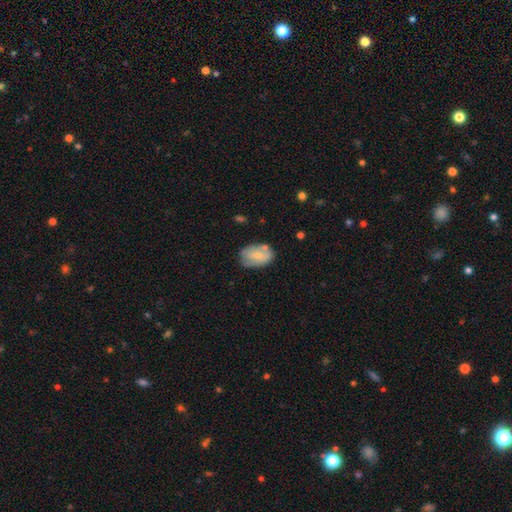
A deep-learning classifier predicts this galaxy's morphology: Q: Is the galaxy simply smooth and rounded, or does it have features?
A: smooth — 60%.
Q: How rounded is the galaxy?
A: in between — 86%.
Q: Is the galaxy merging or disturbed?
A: none — 60%.